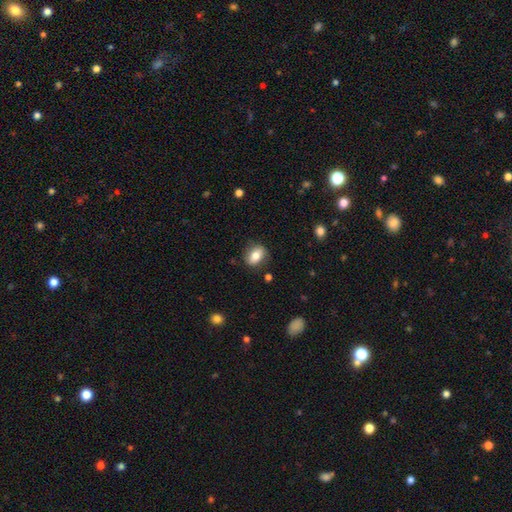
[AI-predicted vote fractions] Morphology: type=smooth (76%); roundness=in between (72%); merging=none (81%).